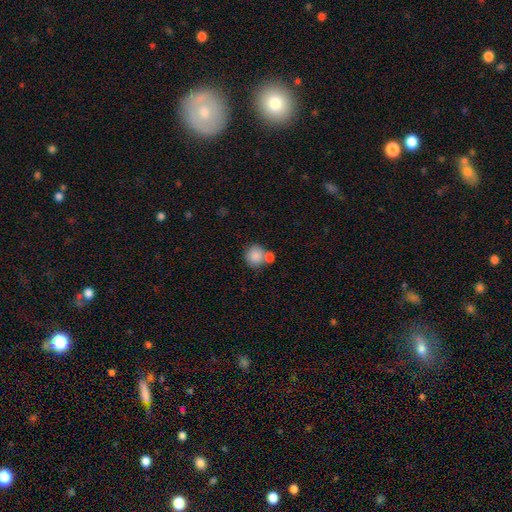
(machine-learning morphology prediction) Smooth or featured? smooth (84%)
How rounded? round (85%)
Merging? none (50%)